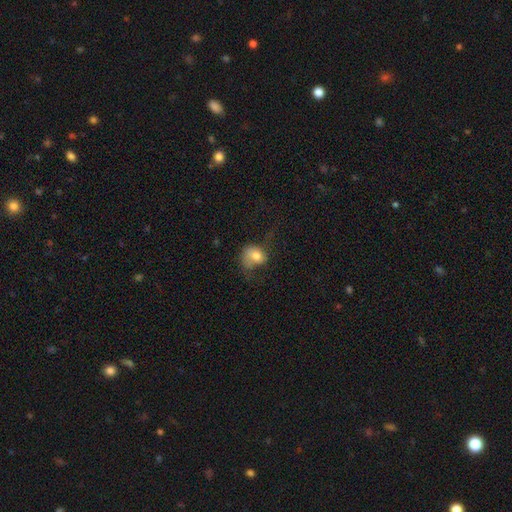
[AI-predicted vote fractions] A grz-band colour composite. It shows a smooth galaxy with no disk features (70%) that is in between round and cigar-shaped (52%). Merging: major disturbance (38%).